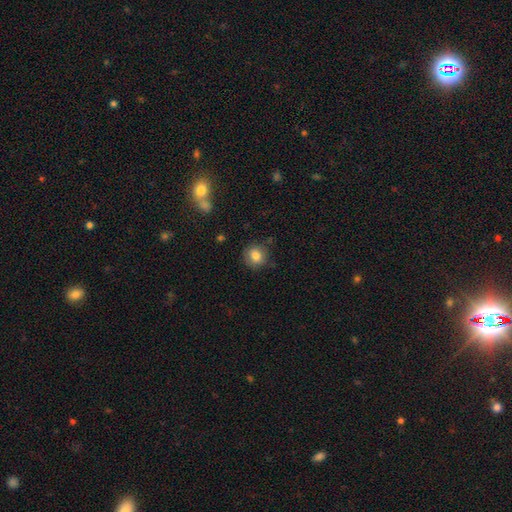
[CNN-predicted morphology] Smooth or featured? Predicted: smooth (p=0.83). How rounded? Predicted: round (p=0.82). Merging? Predicted: none (p=0.80).